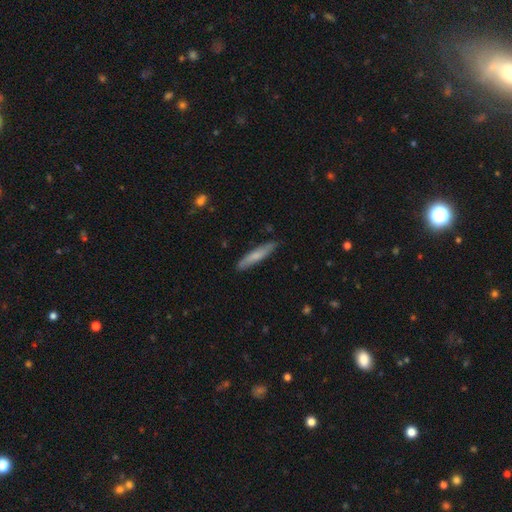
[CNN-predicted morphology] smooth_or_featured: smooth (p=0.68) [alt: featured or disk p=0.26]
how_rounded: cigar-shaped (p=0.91) [alt: in between p=0.08]
merging: none (p=0.87) [alt: minor disturbance p=0.10]